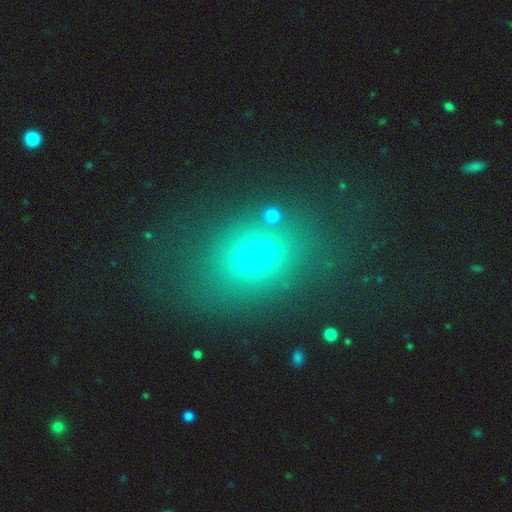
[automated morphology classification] A smooth galaxy with no disk features (63%) that is in between round and cigar-shaped (59%). Merging: none (77%).